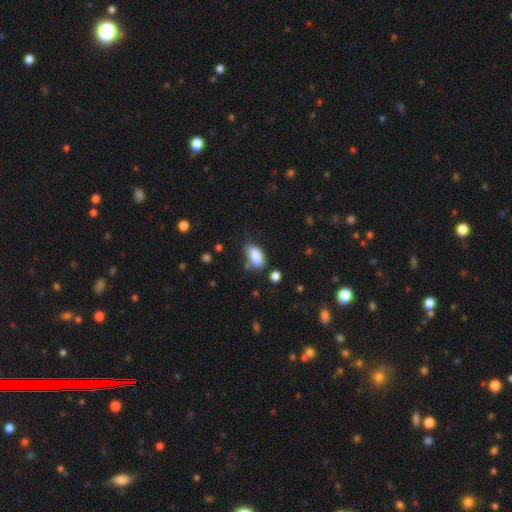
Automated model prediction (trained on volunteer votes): Overall: smooth (85%). How rounded: in between (91%). Merging: none (54%; minor disturbance 31%).